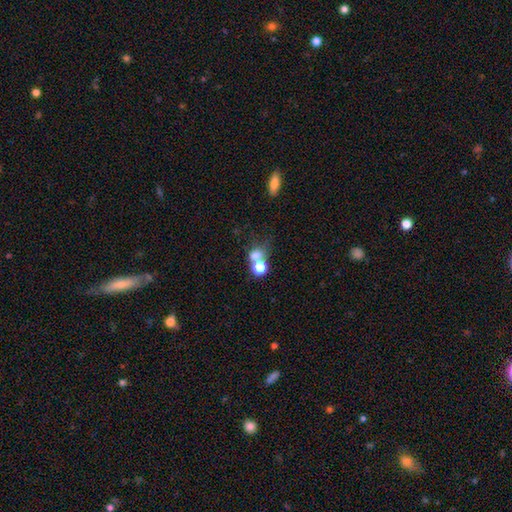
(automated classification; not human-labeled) Smooth or featured?
  - smooth: 70% *
  - star or artifact: 18%
  - featured or disk: 12%
How rounded?
  - round: 62% *
  - in between: 37%
  - cigar-shaped: 1%
Merging?
  - merger: 46% *
  - none: 37%
  - minor disturbance: 10%
  - major disturbance: 8%